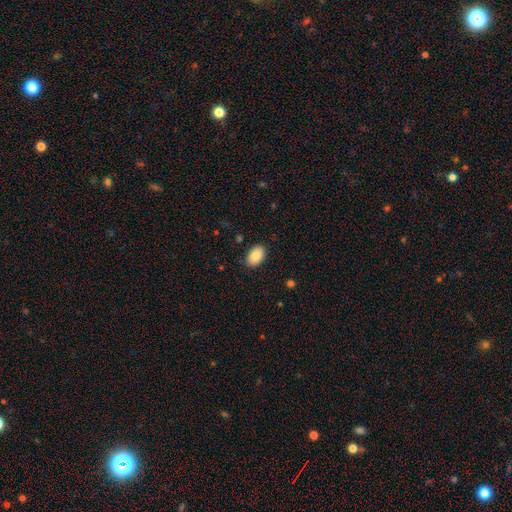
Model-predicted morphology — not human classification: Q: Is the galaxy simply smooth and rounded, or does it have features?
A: smooth — 85%.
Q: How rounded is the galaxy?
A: in between — 90%.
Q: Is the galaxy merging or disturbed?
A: none — 88%.